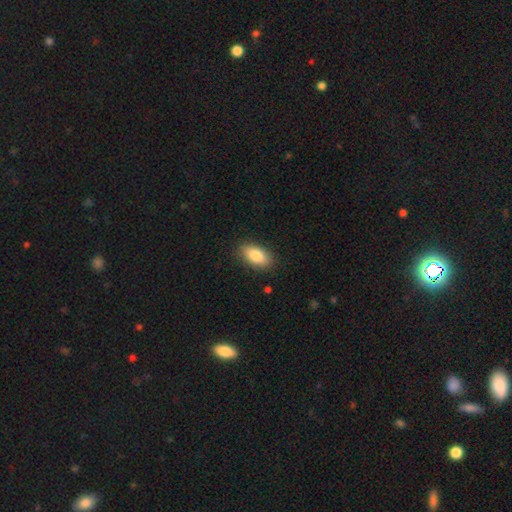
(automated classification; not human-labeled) This appears to be a smooth galaxy with no disk features (83%) that is in between round and cigar-shaped (90%). Merging: none (87%).